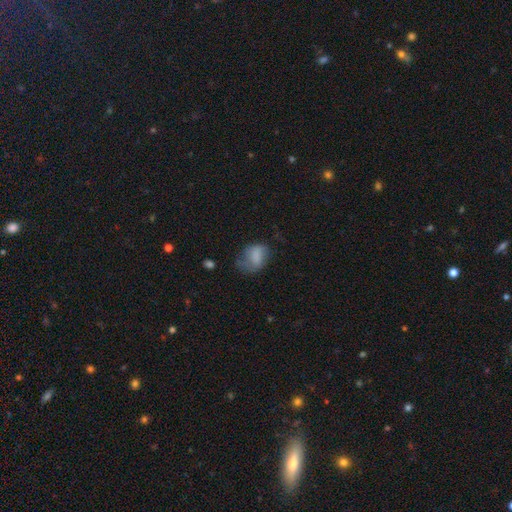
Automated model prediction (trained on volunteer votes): Q: Smooth or featured?
A: smooth (72%); runner-up: featured or disk (19%)
Q: How rounded?
A: in between (69%); runner-up: round (30%)
Q: Merging?
A: none (35%); runner-up: minor disturbance (33%)